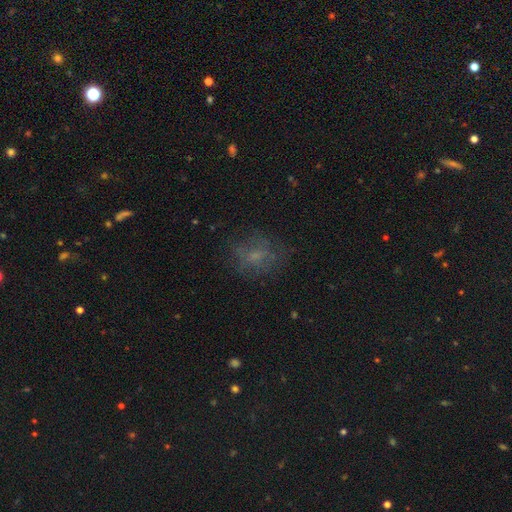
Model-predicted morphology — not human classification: This is possibly a smooth galaxy (53%). How rounded: likely round (60%). Merging: likely none (66%).